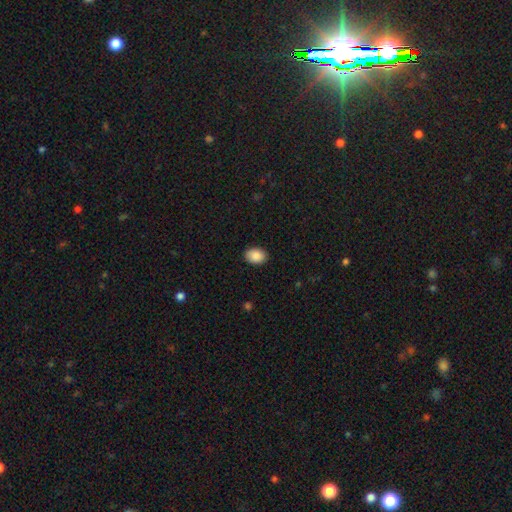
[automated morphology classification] smooth_or_featured: smooth (p=0.89) [alt: star or artifact p=0.07]
how_rounded: in between (p=0.75) [alt: round p=0.24]
merging: none (p=0.90) [alt: minor disturbance p=0.07]